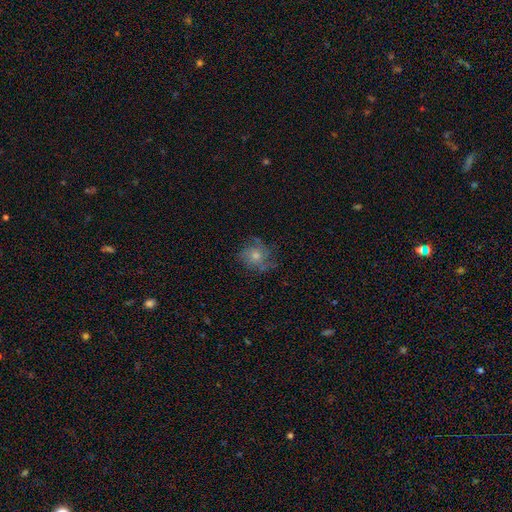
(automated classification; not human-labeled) Smooth or featured: featured or disk — 54% (smooth — 28%)
Edge-on disk: no — 96% (yes — 4%)
Bar: no — 82% (weak — 15%)
Spiral arms: yes — 85% (no — 15%)
Bulge size: moderate — 54% (small — 36%)
Merging: none — 73% (minor disturbance — 17%)